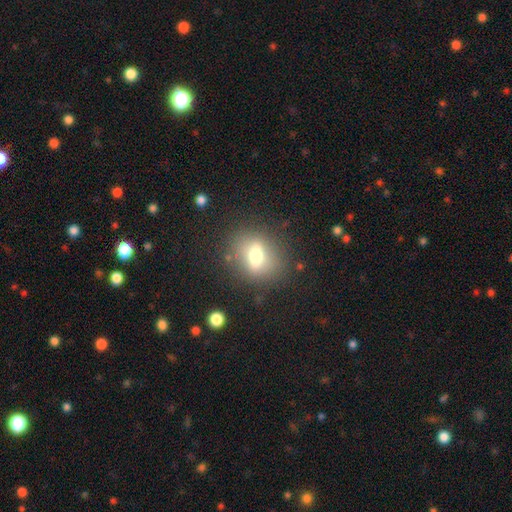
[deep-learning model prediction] This is possibly a smooth galaxy (59%). How rounded: possibly round (47%, tied with in between). Merging: likely none (78%).